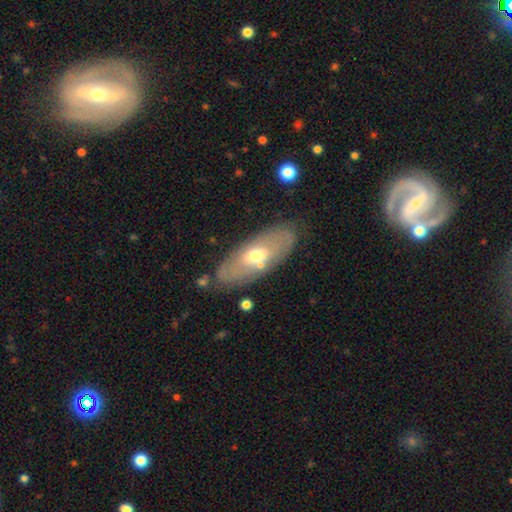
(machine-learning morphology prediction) Smooth or featured: featured or disk — 49% (smooth — 45%)
Merging: none — 77% (minor disturbance — 14%)